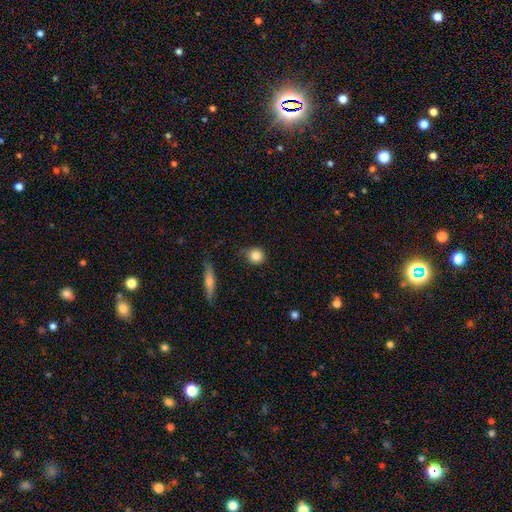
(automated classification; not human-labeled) Smooth or featured: smooth — 84% (star or artifact — 9%)
How rounded: round — 85% (in between — 13%)
Merging: none — 71% (minor disturbance — 21%)